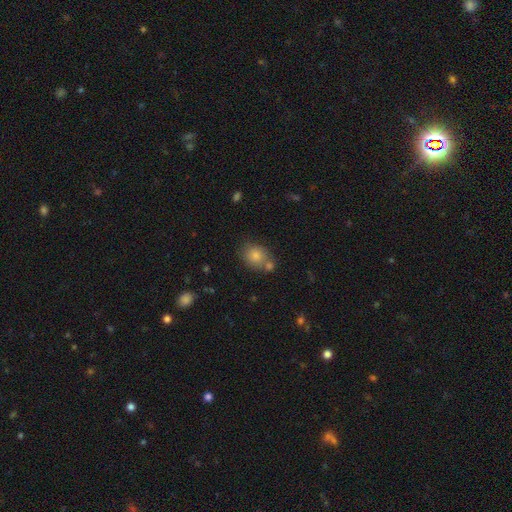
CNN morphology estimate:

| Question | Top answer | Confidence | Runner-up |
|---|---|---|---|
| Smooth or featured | smooth | 82% | star or artifact (10%) |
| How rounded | round | 62% | in between (37%) |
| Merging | none | 59% | merger (23%) |